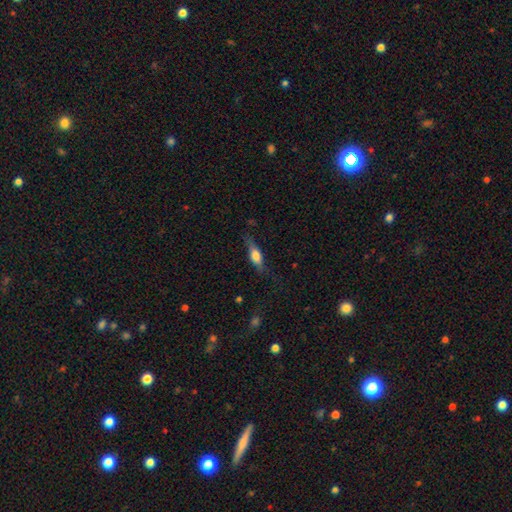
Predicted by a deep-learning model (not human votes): This appears to be a smooth galaxy with no disk features (55%) that is in between round and cigar-shaped (50%). Merging: none (72%).